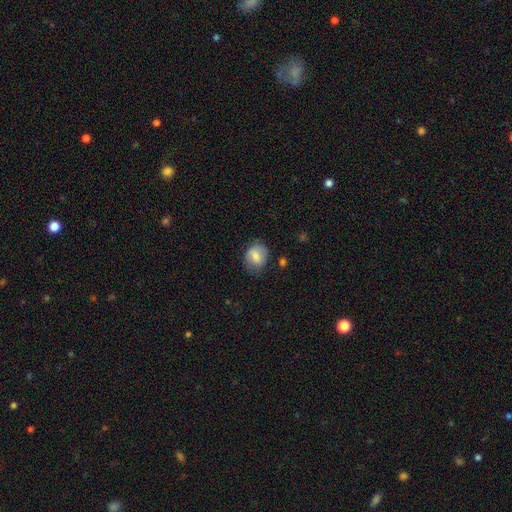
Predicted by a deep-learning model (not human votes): smooth_or_featured: smooth (p=0.74) [alt: featured or disk p=0.18]
how_rounded: round (p=0.52) [alt: in between p=0.47]
merging: none (p=0.71) [alt: minor disturbance p=0.21]